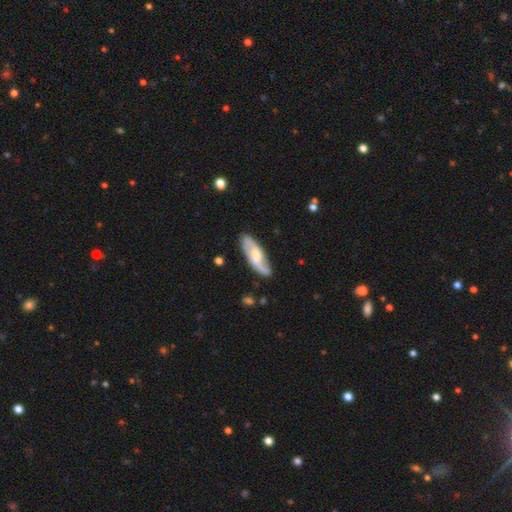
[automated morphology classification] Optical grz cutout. It shows a featured or disk galaxy (71%) with a weak bar (43%), 2 (88%) loose (50%) spiral arms (92%) and a moderate central bulge (53%). Merging: none (83%).